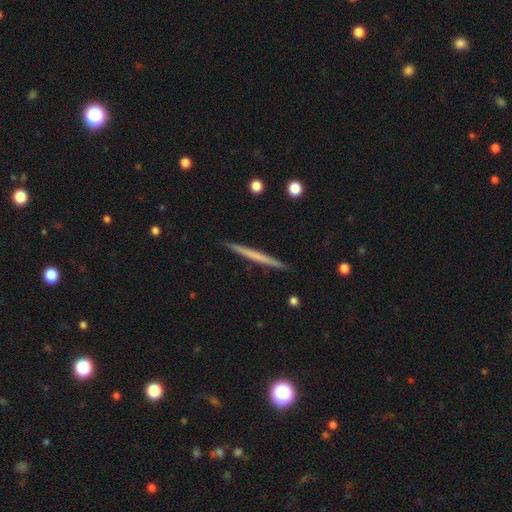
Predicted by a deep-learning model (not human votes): Overall: smooth (50%; featured or disk 45%). How rounded: cigar-shaped (97%). Merging: none (92%).